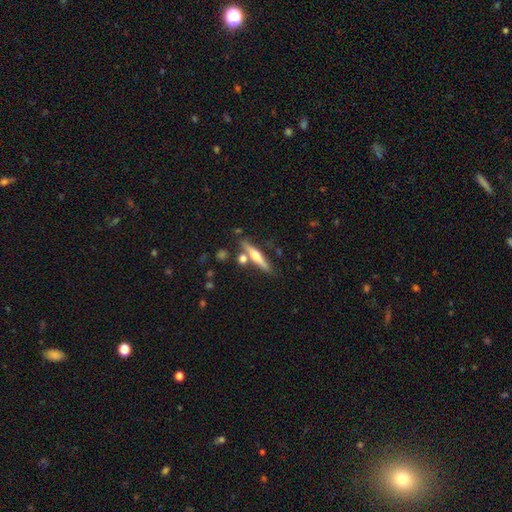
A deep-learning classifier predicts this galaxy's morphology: This appears to be a featured or disk galaxy (61%) viewed edge-on (96%) with a rounded central bulge (91%). Merging: none (75%).